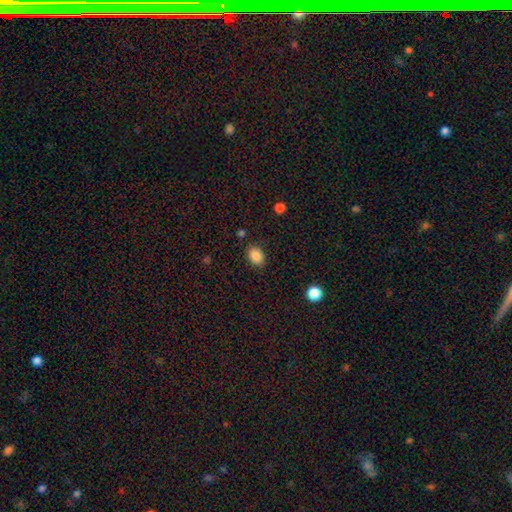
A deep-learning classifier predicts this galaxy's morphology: A smooth galaxy with no disk features (87%) that is in between round and cigar-shaped (70%).

Vote fractions:
- Smooth or featured? smooth: 87% / star or artifact: 9% / featured or disk: 4%
- How rounded? in between: 70% / round: 29% / cigar-shaped: 1%
- Merging? none: 84% / minor disturbance: 11% / major disturbance: 3% / merger: 2%